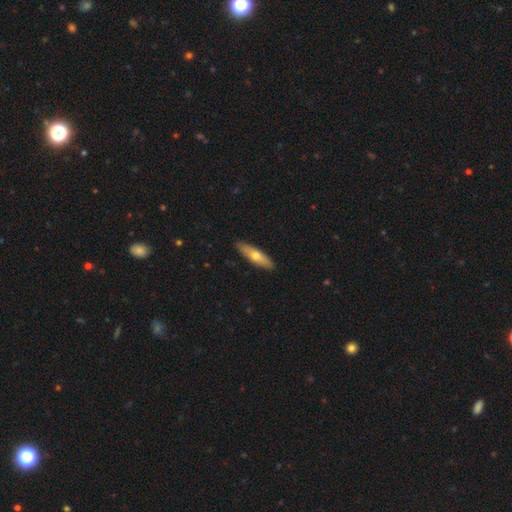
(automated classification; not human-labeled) This appears to be a smooth galaxy with no disk features (61%) that is cigar-shaped (64%). Merging: none (90%).